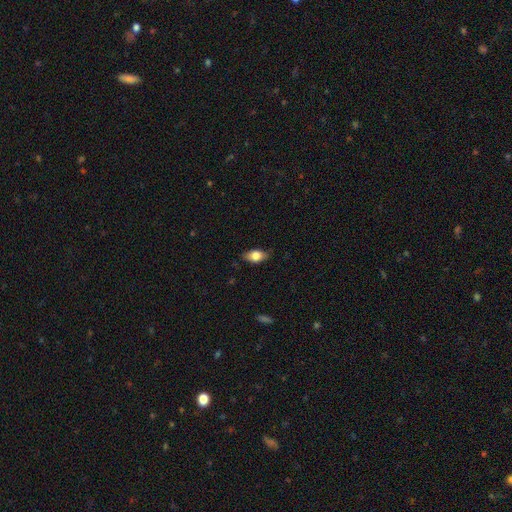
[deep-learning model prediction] smooth_or_featured: smooth (p=0.72) [alt: featured or disk p=0.20]
how_rounded: in between (p=0.87) [alt: cigar-shaped p=0.07]
merging: none (p=0.81) [alt: minor disturbance p=0.16]